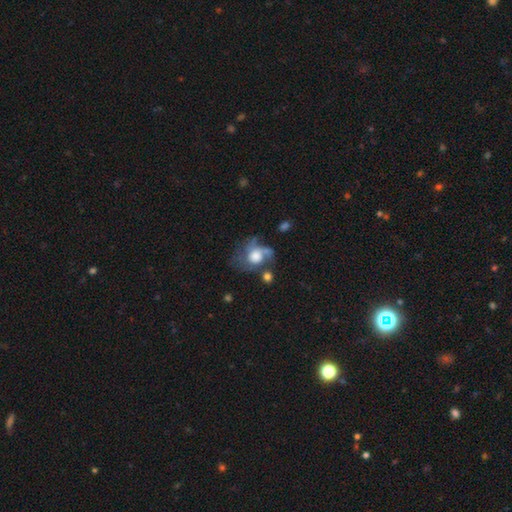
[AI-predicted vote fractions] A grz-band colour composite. It shows a featured or disk galaxy (46%). Merging: major disturbance (34%, tied with none).